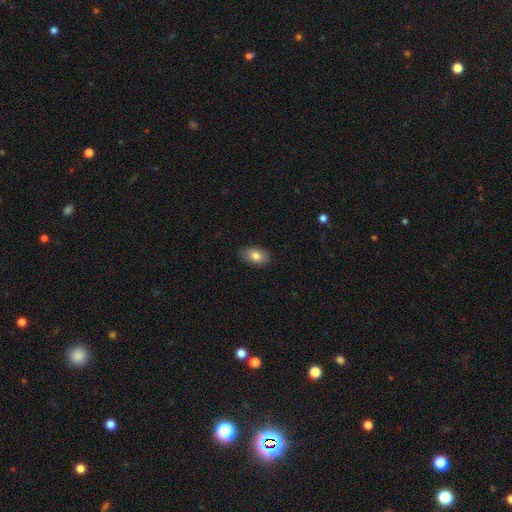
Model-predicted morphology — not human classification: Smooth or featured? Predicted: smooth (p=0.81). How rounded? Predicted: in between (p=0.92). Merging? Predicted: none (p=0.86).